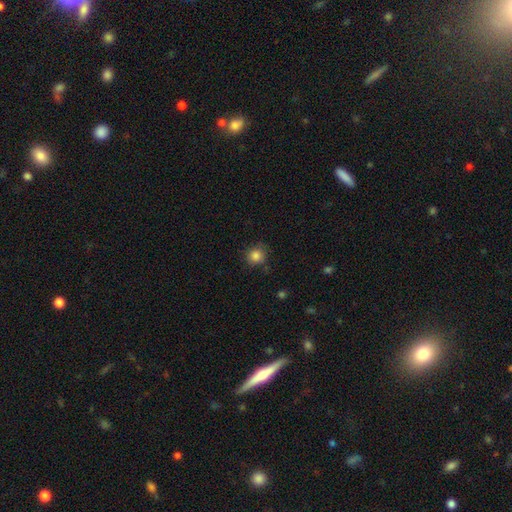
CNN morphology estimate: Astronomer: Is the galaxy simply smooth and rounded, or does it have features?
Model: smooth — 84%.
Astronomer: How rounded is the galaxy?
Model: round — 90%.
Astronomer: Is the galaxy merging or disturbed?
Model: none — 79%.